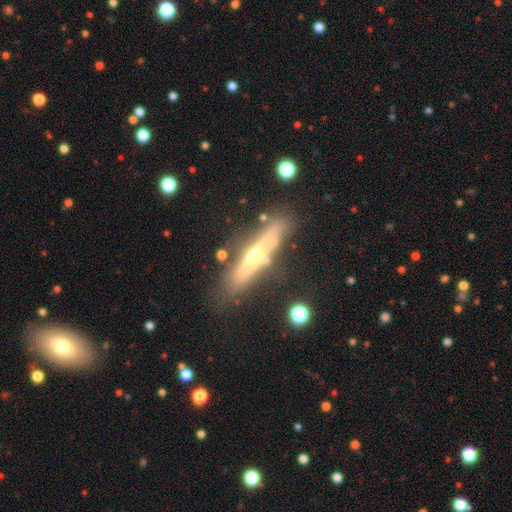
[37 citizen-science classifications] Smooth or featured? 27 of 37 (73%) said featured or disk. Edge-on disk? 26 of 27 (96%) said yes. Edge-on bulge? 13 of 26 (50%) said rounded. Merging? 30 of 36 (83%) said none.